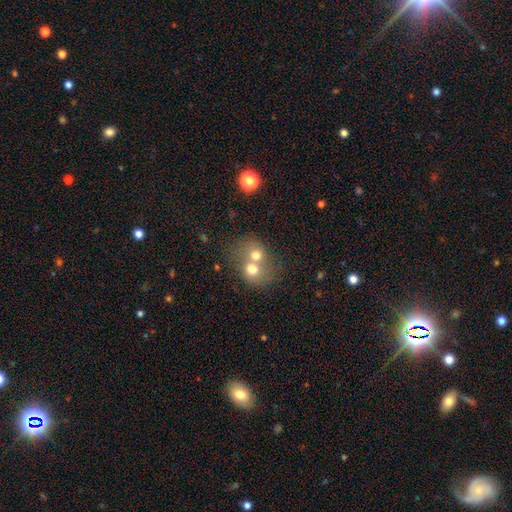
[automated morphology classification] smooth_or_featured: smooth (p=0.66) [alt: featured or disk p=0.23]
how_rounded: round (p=0.65) [alt: in between p=0.34]
merging: merger (p=0.69) [alt: none p=0.22]